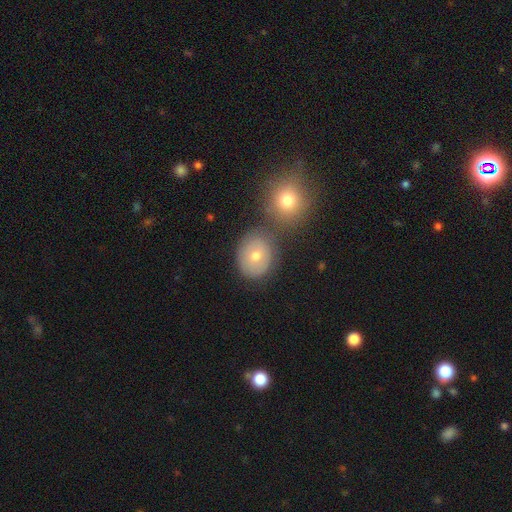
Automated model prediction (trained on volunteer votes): smooth 68%, featured or disk 22%, star or artifact 10%. Down the decision tree: how rounded — round (65%); merging — none (65%).